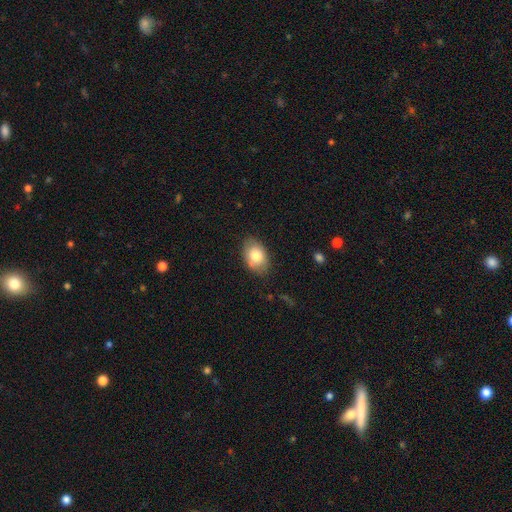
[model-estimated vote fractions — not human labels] Smooth or featured?
  - smooth: 80% *
  - featured or disk: 13%
  - star or artifact: 7%
How rounded?
  - in between: 85% *
  - round: 14%
  - cigar-shaped: 1%
Merging?
  - none: 78% *
  - minor disturbance: 17%
  - major disturbance: 3%
  - merger: 1%